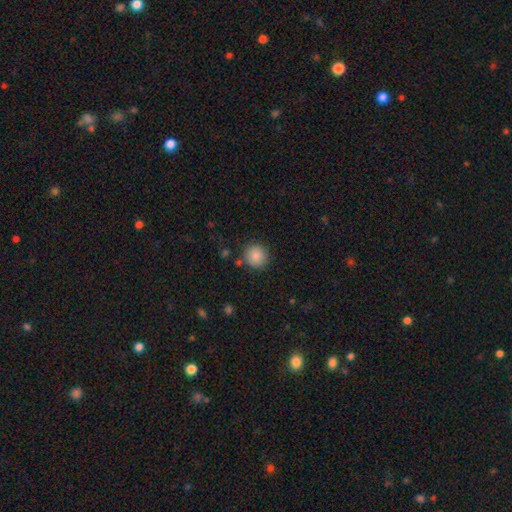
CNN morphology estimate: Q: Smooth or featured?
A: smooth (87%); runner-up: star or artifact (9%)
Q: How rounded?
A: round (89%); runner-up: in between (10%)
Q: Merging?
A: none (85%); runner-up: minor disturbance (9%)